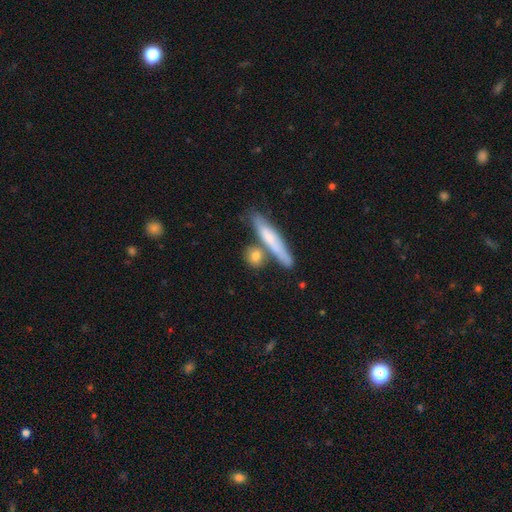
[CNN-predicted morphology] This is likely a smooth galaxy (75%). How rounded: possibly cigar-shaped (48%). Merging: likely none (64%).